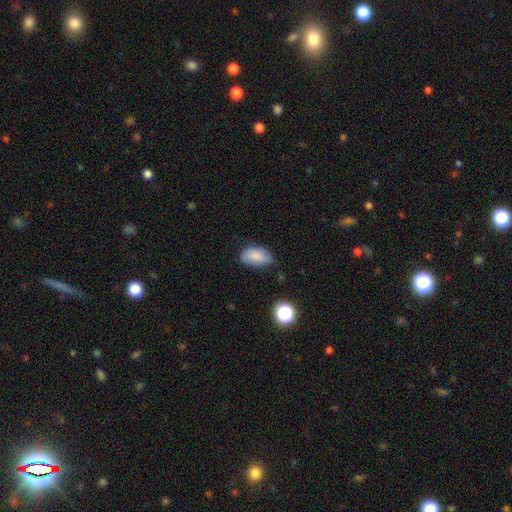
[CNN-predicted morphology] A smooth galaxy with no disk features (83%) that is in between round and cigar-shaped (91%). Merging: none (62%).